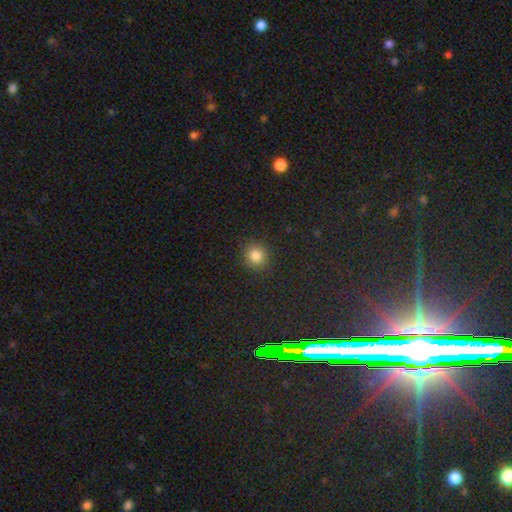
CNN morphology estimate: type=smooth (83%); roundness=round (89%); merging=none (90%).